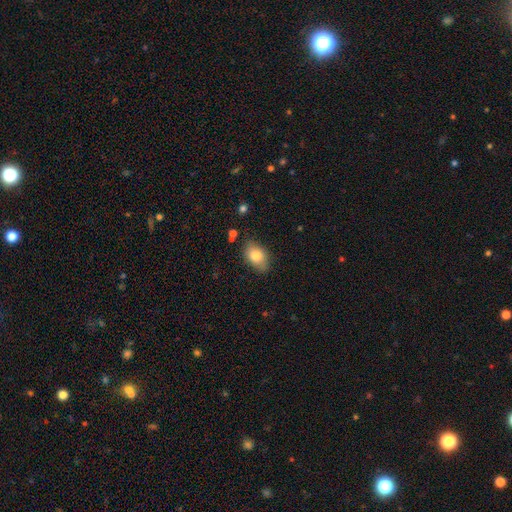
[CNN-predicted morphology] Smooth or featured?
  - smooth: 82% *
  - featured or disk: 11%
  - star or artifact: 7%
How rounded?
  - in between: 87% *
  - round: 11%
  - cigar-shaped: 2%
Merging?
  - none: 79% *
  - minor disturbance: 16%
  - major disturbance: 3%
  - merger: 2%